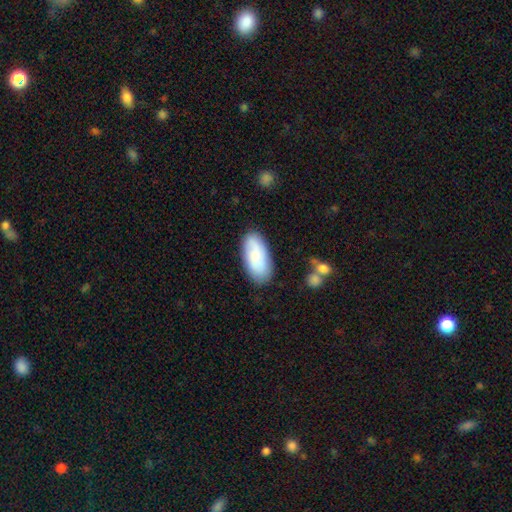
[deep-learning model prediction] This appears to be a smooth galaxy with no disk features (75%) that is in between round and cigar-shaped (90%). Merging: none (81%).